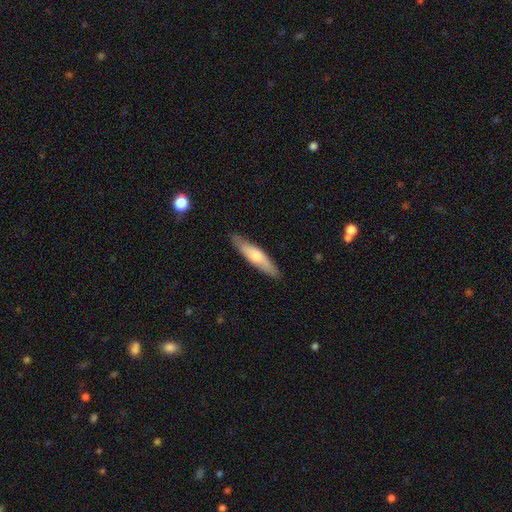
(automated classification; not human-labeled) Q: Smooth or featured?
A: smooth (62%); runner-up: featured or disk (33%)
Q: How rounded?
A: cigar-shaped (80%); runner-up: in between (19%)
Q: Merging?
A: none (88%); runner-up: minor disturbance (9%)